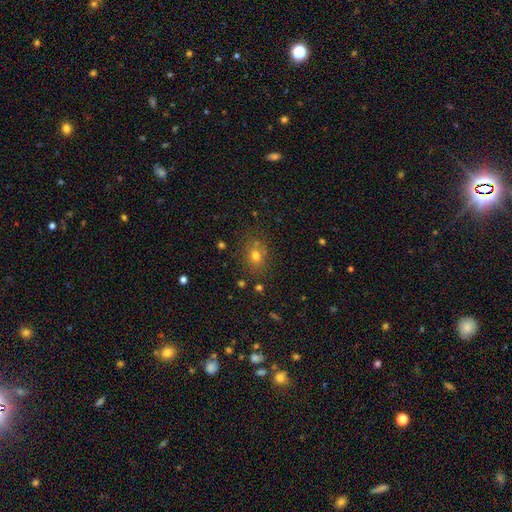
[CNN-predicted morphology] A smooth galaxy with no disk features (71%) that is in between round and cigar-shaped (50%).

Vote fractions:
- Smooth or featured? smooth: 71% / star or artifact: 17% / featured or disk: 12%
- How rounded? in between: 50% / round: 49% / cigar-shaped: 1%
- Merging? none: 76% / minor disturbance: 14% / merger: 6% / major disturbance: 4%